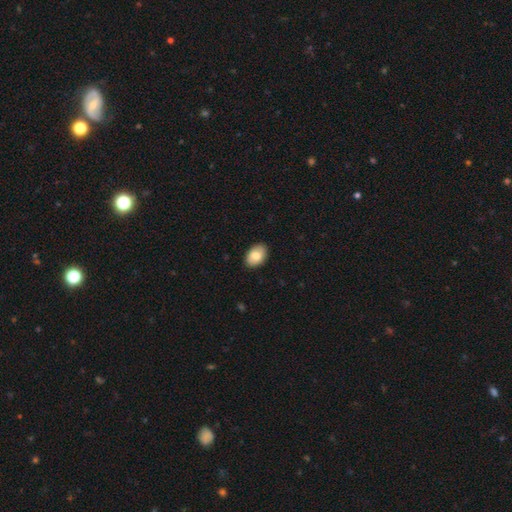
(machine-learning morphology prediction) Smooth or featured? smooth (78%)
How rounded? in between (86%)
Merging? none (89%)